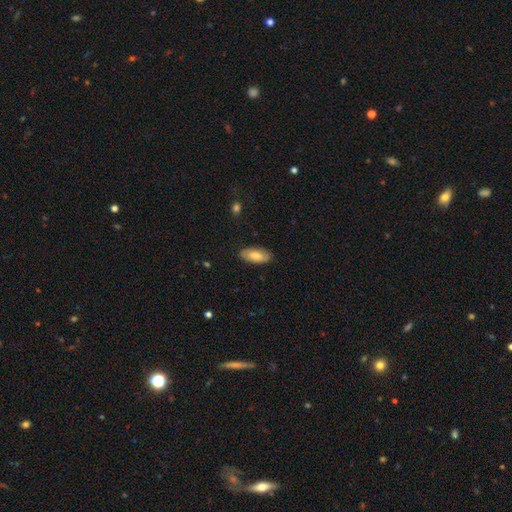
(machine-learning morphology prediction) A smooth galaxy with no disk features (75%) that is in between round and cigar-shaped (89%). Merging: none (85%).